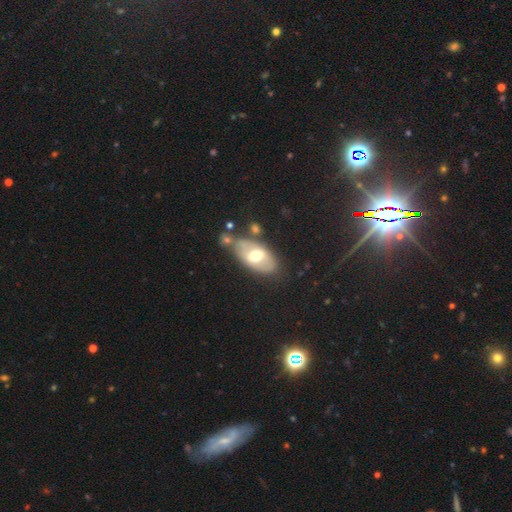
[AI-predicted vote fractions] A smooth galaxy with no disk features (48%).

Vote fractions:
- Smooth or featured? smooth: 48% / featured or disk: 45% / star or artifact: 7%
- Merging? none: 62% / minor disturbance: 19% / merger: 12% / major disturbance: 7%